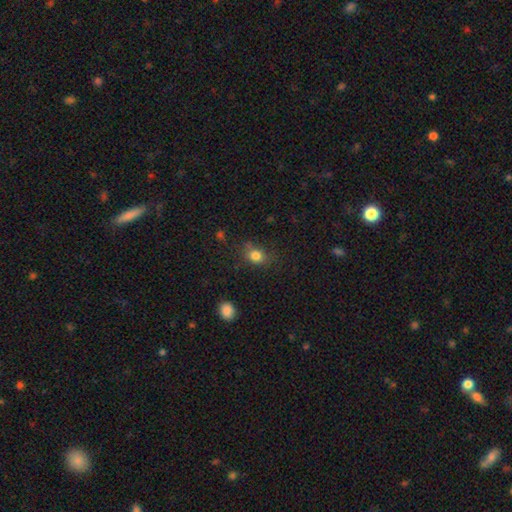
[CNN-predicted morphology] type=smooth (81%); roundness=round (53%); merging=none (69%).